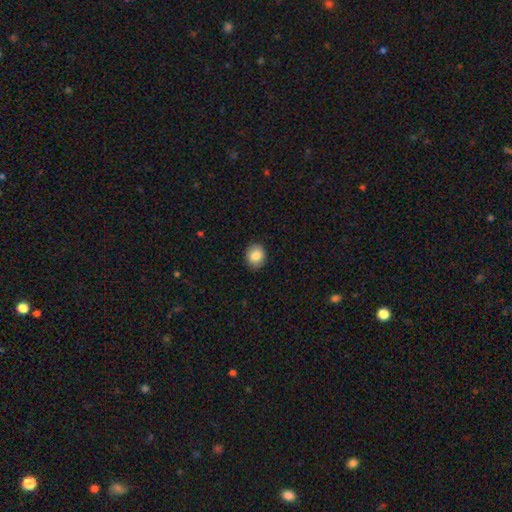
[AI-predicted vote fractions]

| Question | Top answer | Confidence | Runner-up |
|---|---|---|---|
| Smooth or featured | smooth | 85% | star or artifact (8%) |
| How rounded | round | 68% | in between (31%) |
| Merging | none | 89% | minor disturbance (8%) |